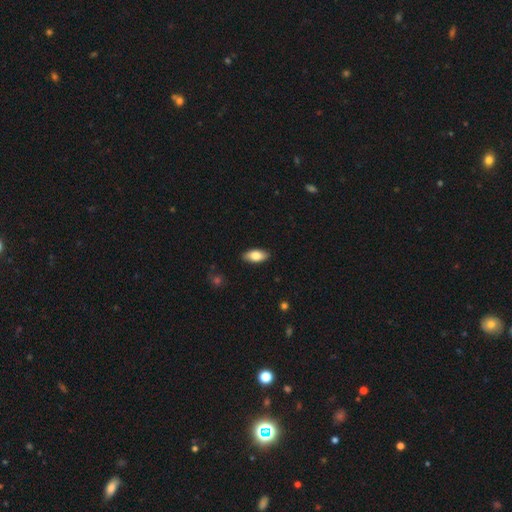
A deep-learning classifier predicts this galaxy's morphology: smooth 80%, featured or disk 14%, star or artifact 6%. Down the decision tree: how rounded — in between (90%); merging — none (89%).